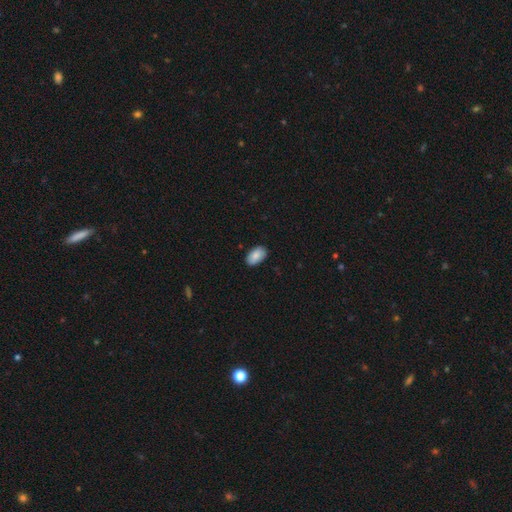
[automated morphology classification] Smooth or featured: smooth — 86% (featured or disk — 8%)
How rounded: in between — 94% (round — 4%)
Merging: none — 86% (minor disturbance — 11%)